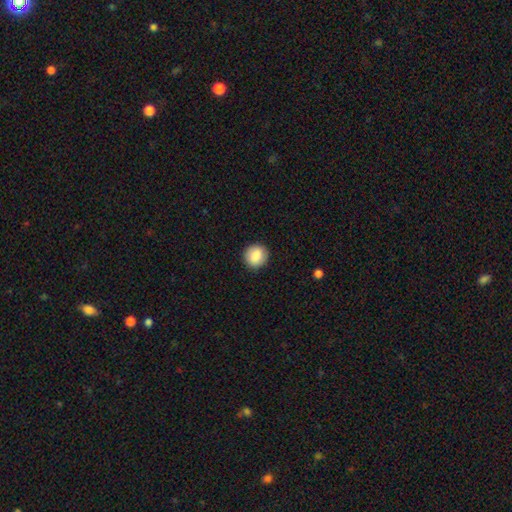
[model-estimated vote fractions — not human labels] A smooth galaxy with no disk features (87%) that is round (90%).

Vote fractions:
- Smooth or featured? smooth: 87% / star or artifact: 7% / featured or disk: 5%
- How rounded? round: 90% / in between: 9% / cigar-shaped: 1%
- Merging? none: 90% / minor disturbance: 7% / major disturbance: 2% / merger: 1%